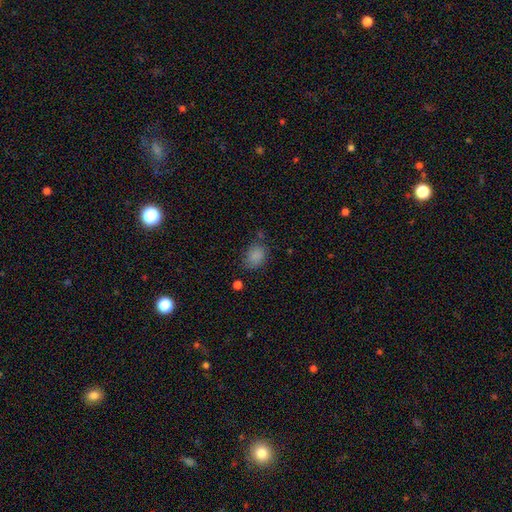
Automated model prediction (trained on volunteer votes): Smooth or featured? Predicted: smooth (p=0.85). How rounded? Predicted: in between (p=0.63). Merging? Predicted: none (p=0.69).